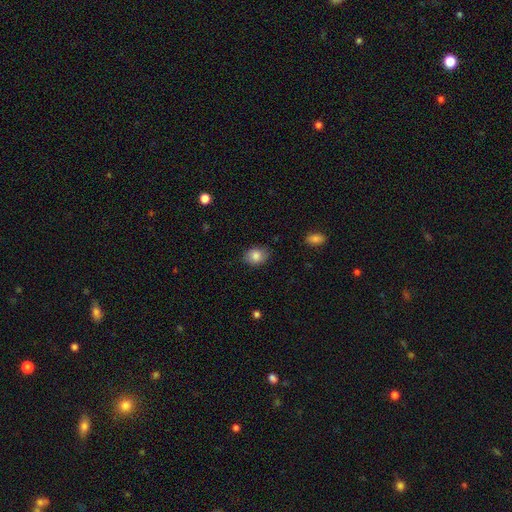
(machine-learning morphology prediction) A smooth galaxy with no disk features (84%) that is in between round and cigar-shaped (65%). Merging: none (82%).